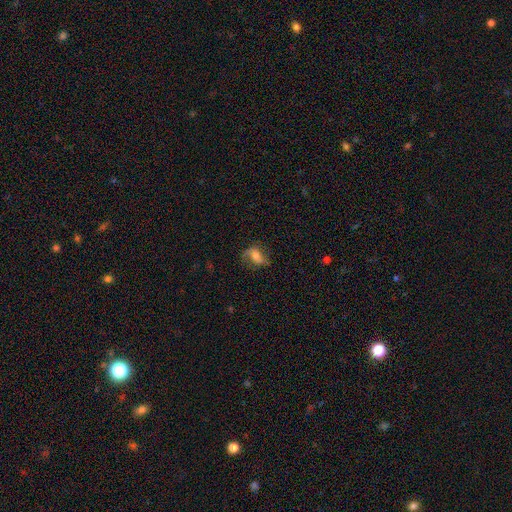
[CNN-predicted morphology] Smooth or featured? Predicted: featured or disk (p=0.48). Merging? Predicted: none (p=0.53).